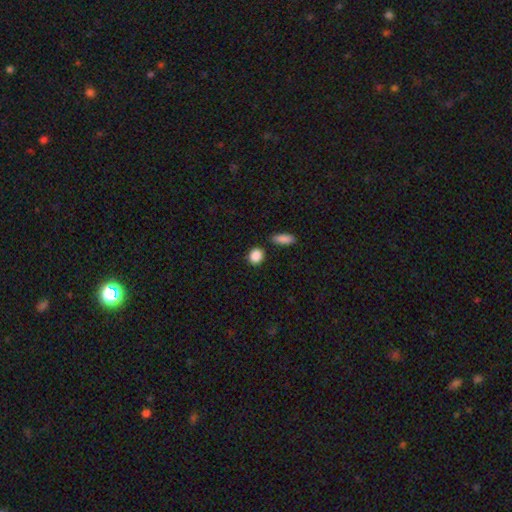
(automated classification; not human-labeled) Morphology: type=smooth (89%); roundness=round (61%); merging=none (82%).